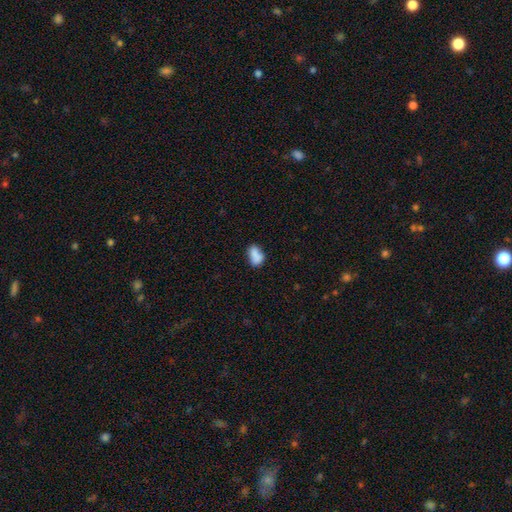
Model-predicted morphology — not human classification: This appears to be a smooth galaxy with no disk features (84%) that is in between round and cigar-shaped (87%). Merging: none (60%).